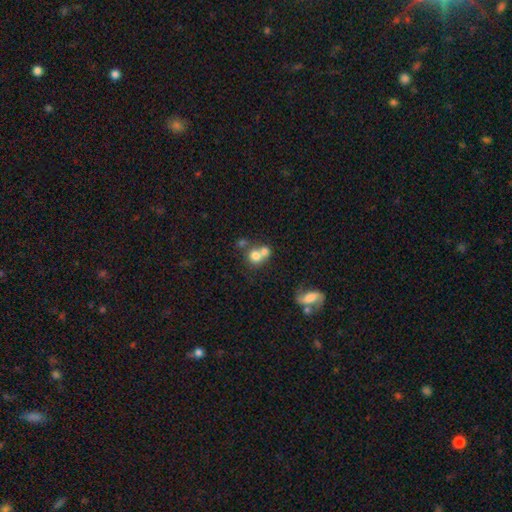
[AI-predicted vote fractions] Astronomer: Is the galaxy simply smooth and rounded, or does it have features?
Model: smooth — 73%.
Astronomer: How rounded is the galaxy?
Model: round — 81%.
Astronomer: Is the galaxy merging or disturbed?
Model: merger — 54% (runner-up: none, 34%).